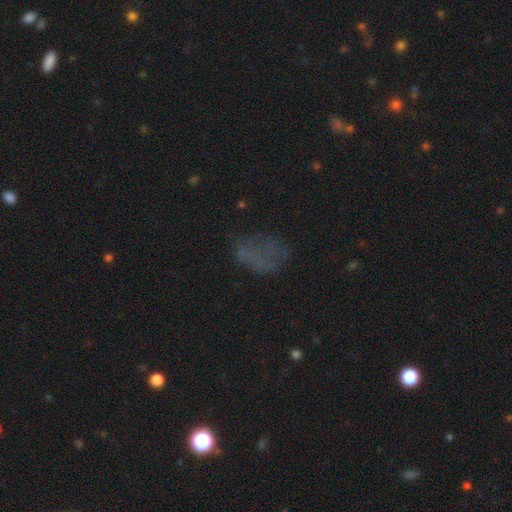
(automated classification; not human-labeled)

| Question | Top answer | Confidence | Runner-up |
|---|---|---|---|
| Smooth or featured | smooth | 43% | star or artifact (31%) |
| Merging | none | 49% | major disturbance (26%) |